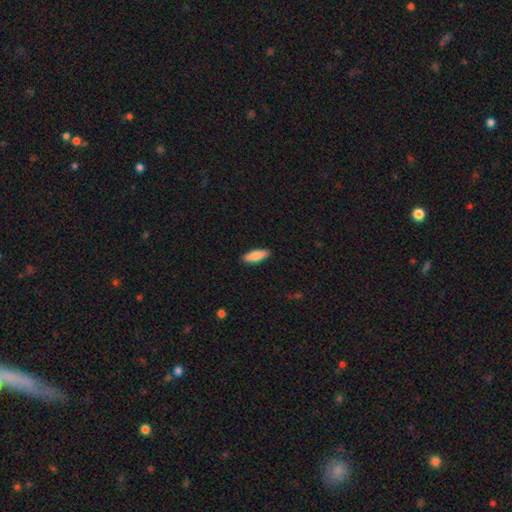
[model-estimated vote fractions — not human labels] This appears to be a smooth galaxy with no disk features (85%) that is in between round and cigar-shaped (60%). Merging: none (90%).